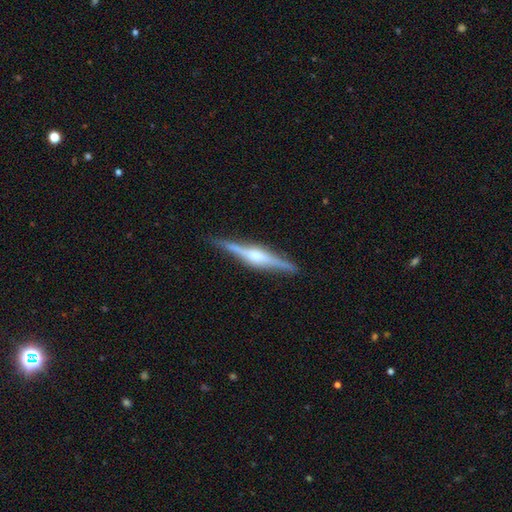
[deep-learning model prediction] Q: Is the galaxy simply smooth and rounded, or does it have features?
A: featured or disk — 82%.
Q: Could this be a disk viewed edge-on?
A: yes — 98%.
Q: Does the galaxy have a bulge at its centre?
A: rounded — 78%.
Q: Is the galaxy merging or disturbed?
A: none — 88%.